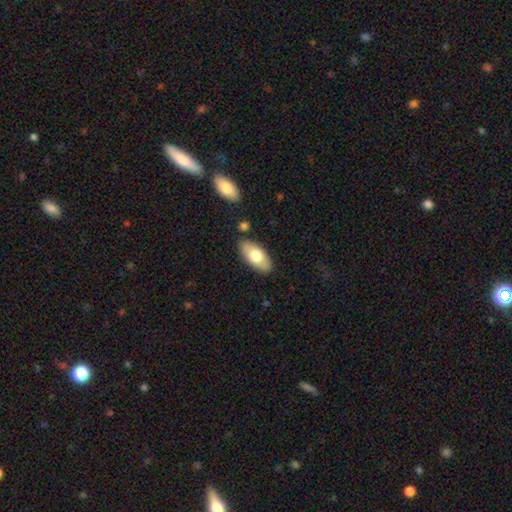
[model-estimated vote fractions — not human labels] smooth-or-featured: smooth: 70% | featured or disk: 24% | star or artifact: 6%
  how-rounded: in between: 91% | cigar-shaped: 6% | round: 3%
  merging: none: 85% | minor disturbance: 10% | merger: 3% | major disturbance: 2%